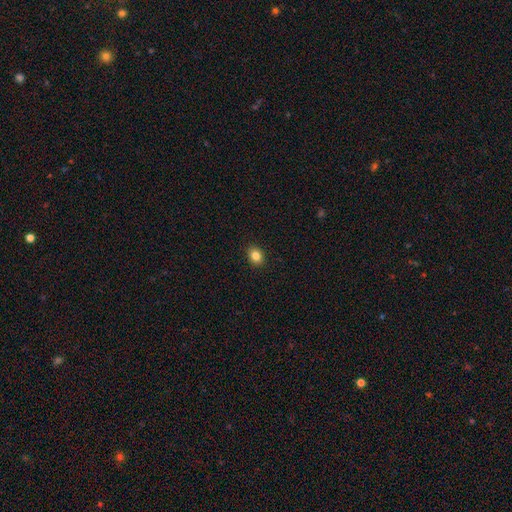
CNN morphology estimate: type=smooth (84%); roundness=in between (53%); merging=none (91%).